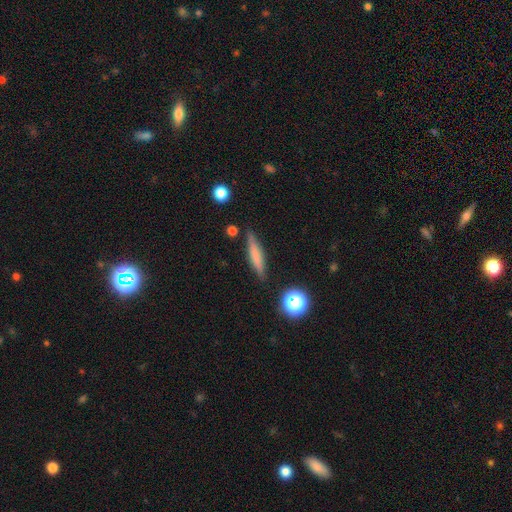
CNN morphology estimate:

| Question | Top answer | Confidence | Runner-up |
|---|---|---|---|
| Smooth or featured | smooth | 59% | featured or disk (32%) |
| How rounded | cigar-shaped | 87% | in between (10%) |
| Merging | none | 84% | minor disturbance (11%) |